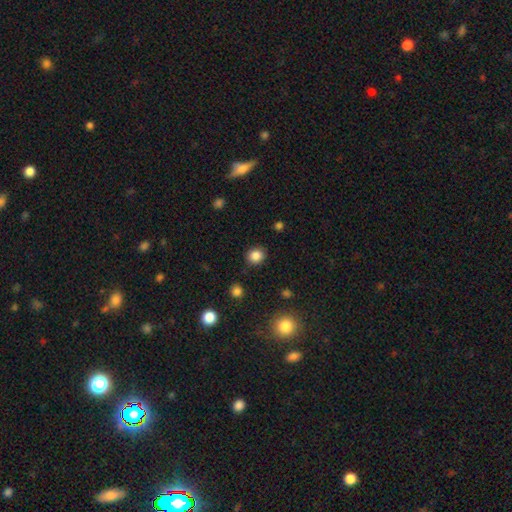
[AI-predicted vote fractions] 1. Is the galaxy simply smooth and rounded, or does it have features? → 85% smooth, 11% star or artifact, 4% featured or disk.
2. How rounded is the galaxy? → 80% round, 19% in between, 1% cigar-shaped.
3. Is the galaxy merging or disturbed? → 88% none, 8% minor disturbance, 2% major disturbance, 2% merger.